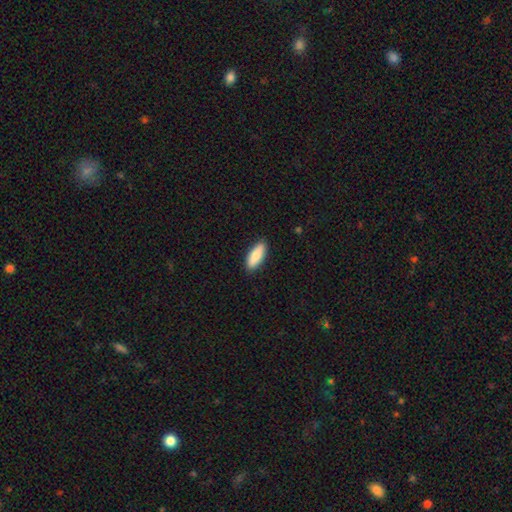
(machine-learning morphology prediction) Overall: smooth (85%). How rounded: in between (70%). Merging: none (89%).